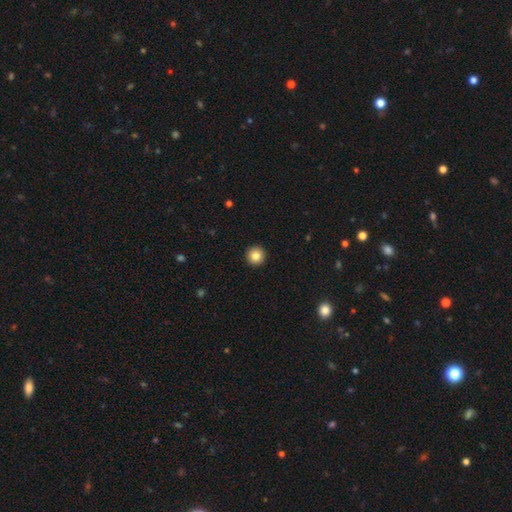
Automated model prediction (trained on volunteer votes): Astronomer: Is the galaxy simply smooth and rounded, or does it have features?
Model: smooth — 83%.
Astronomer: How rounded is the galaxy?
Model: round — 96%.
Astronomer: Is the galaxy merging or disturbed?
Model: none — 94%.